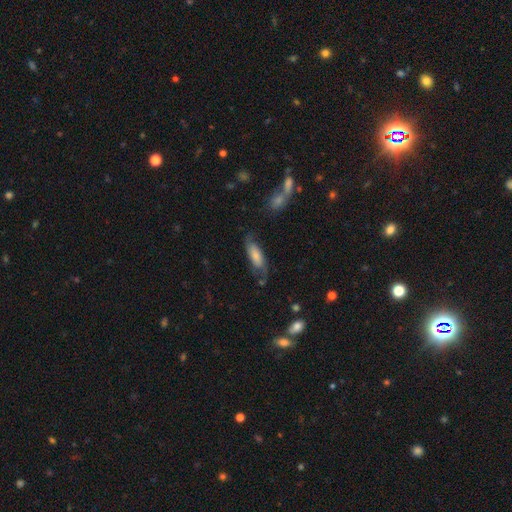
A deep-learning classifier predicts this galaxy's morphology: Q: Smooth or featured?
A: smooth (51%); runner-up: featured or disk (42%)
Q: How rounded?
A: in between (70%); runner-up: cigar-shaped (27%)
Q: Merging?
A: none (57%); runner-up: minor disturbance (25%)